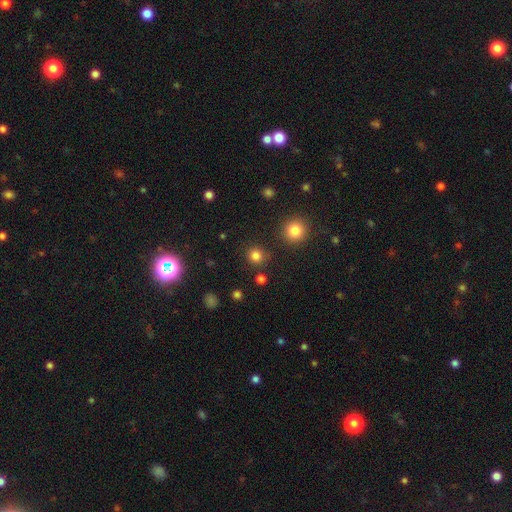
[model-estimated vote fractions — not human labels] smooth_or_featured: smooth (p=0.81) [alt: star or artifact p=0.15]
how_rounded: round (p=0.91) [alt: in between p=0.08]
merging: none (p=0.87) [alt: minor disturbance p=0.07]